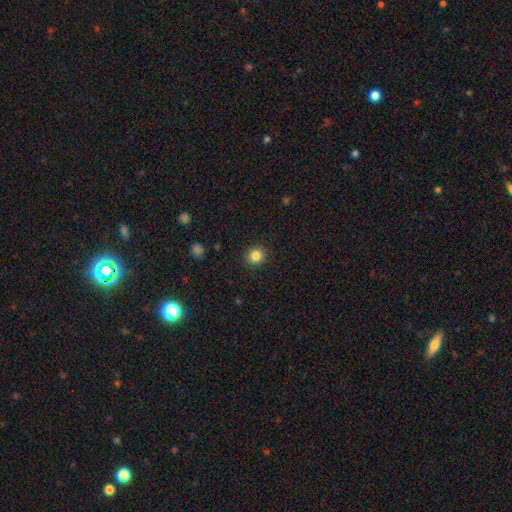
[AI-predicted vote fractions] A smooth galaxy with no disk features (84%) that is round (86%).

Vote fractions:
- Smooth or featured? smooth: 84% / star or artifact: 11% / featured or disk: 5%
- How rounded? round: 86% / in between: 13% / cigar-shaped: 1%
- Merging? none: 91% / minor disturbance: 6% / major disturbance: 2% / merger: 1%